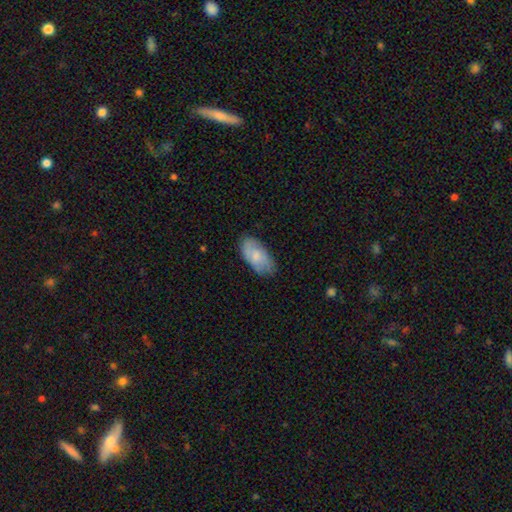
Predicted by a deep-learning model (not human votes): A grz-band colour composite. It shows a smooth galaxy with no disk features (71%) that is in between round and cigar-shaped (94%). Merging: none (74%).